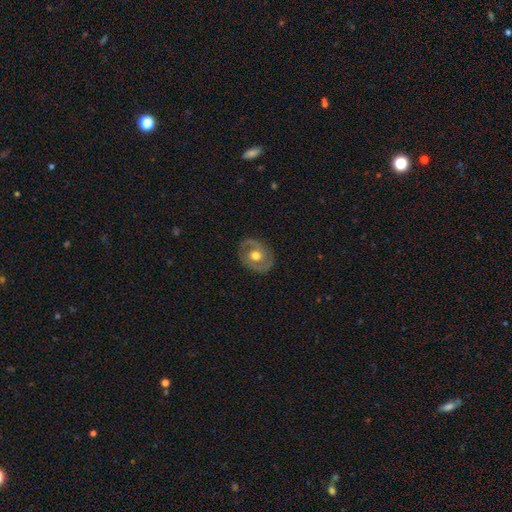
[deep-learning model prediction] featured or disk 58%, smooth 36%, star or artifact 6%. Down the decision tree: edge-on disk — no (95%); bar — no (72%); spiral arms — no (53%); bulge size — moderate (76%); merging — none (80%).